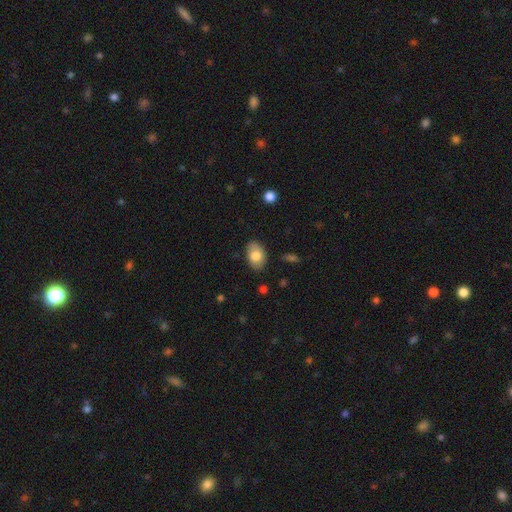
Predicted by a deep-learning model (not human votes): Q: Smooth or featured?
A: smooth (79%); runner-up: featured or disk (14%)
Q: How rounded?
A: in between (87%); runner-up: round (12%)
Q: Merging?
A: none (83%); runner-up: minor disturbance (13%)